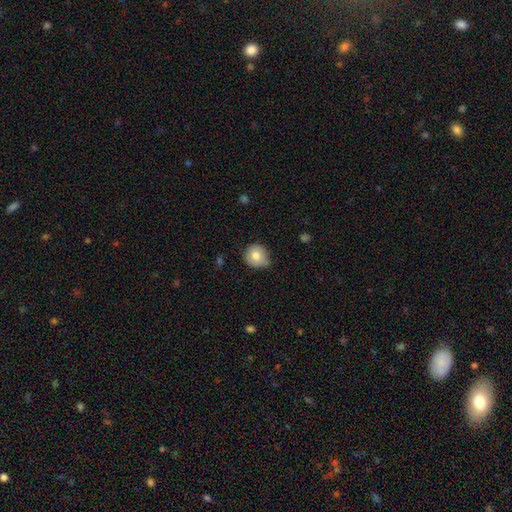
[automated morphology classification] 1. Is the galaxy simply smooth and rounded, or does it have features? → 78% smooth, 13% featured or disk, 9% star or artifact.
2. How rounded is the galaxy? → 86% round, 13% in between, 1% cigar-shaped.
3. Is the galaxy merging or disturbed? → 62% none, 32% minor disturbance, 5% major disturbance, 2% merger.